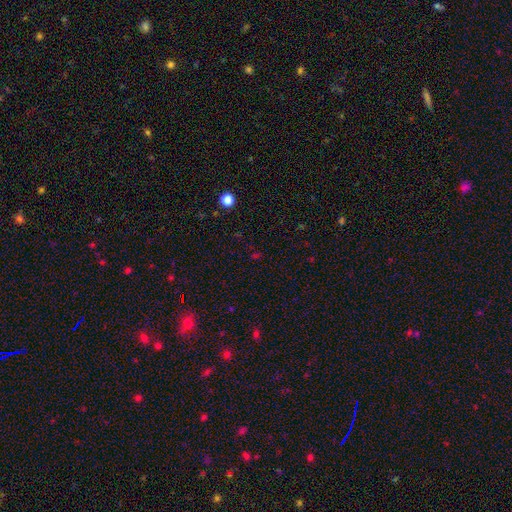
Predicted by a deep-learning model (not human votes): A star or artifact, not a galaxy (61%).

Vote fractions:
- Smooth or featured? star or artifact: 61% / smooth: 32% / featured or disk: 7%